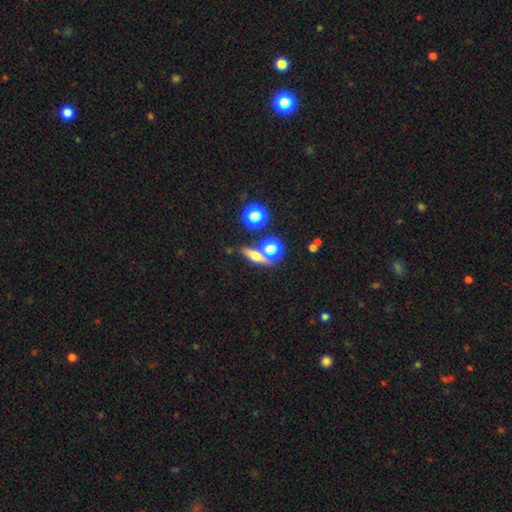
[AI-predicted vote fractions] Smooth or featured?
  - smooth: 48% *
  - featured or disk: 34%
  - star or artifact: 18%
Merging?
  - none: 68% *
  - merger: 19%
  - minor disturbance: 10%
  - major disturbance: 4%